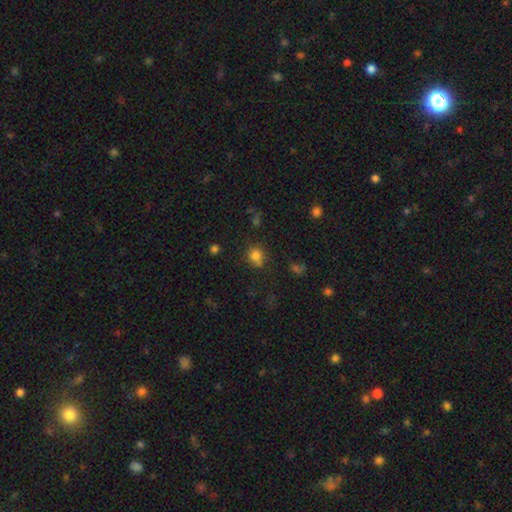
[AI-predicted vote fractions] Q: Smooth or featured?
A: smooth (78%); runner-up: star or artifact (14%)
Q: How rounded?
A: round (78%); runner-up: in between (21%)
Q: Merging?
A: none (64%); runner-up: minor disturbance (19%)